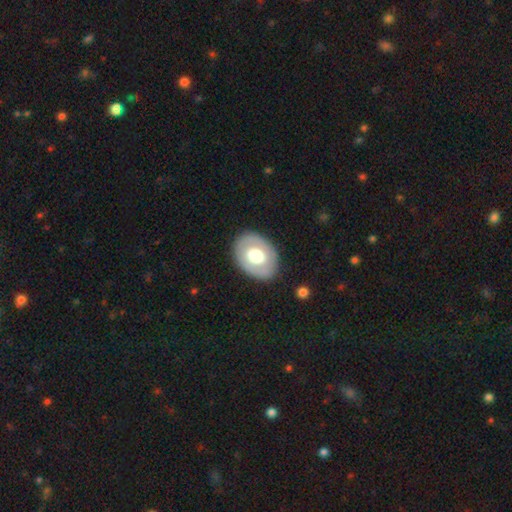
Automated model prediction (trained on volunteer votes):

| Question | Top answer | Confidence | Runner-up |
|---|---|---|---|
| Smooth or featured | smooth | 52% | featured or disk (43%) |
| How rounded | in between | 71% | round (28%) |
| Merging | none | 84% | minor disturbance (11%) |